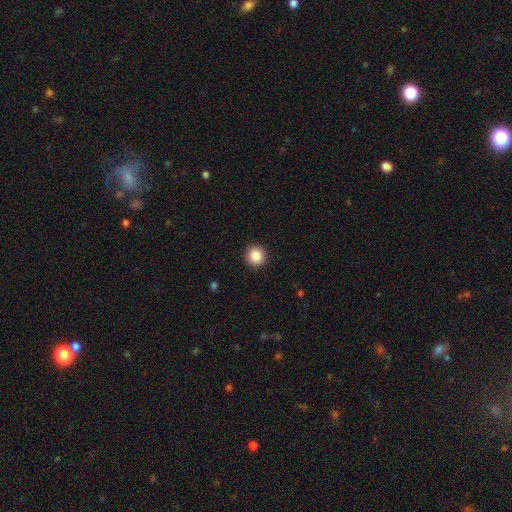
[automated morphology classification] Overall: smooth (87%). How rounded: round (89%). Merging: none (92%).